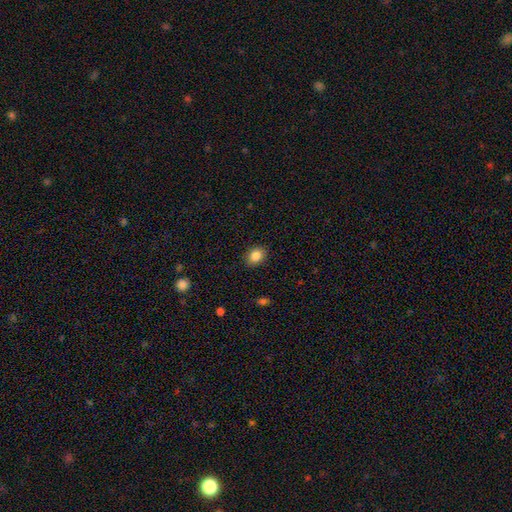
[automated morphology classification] Smooth or featured?
  - smooth: 85% *
  - star or artifact: 10%
  - featured or disk: 5%
How rounded?
  - in between: 50% *
  - round: 49%
  - cigar-shaped: 1%
Merging?
  - none: 88% *
  - minor disturbance: 8%
  - major disturbance: 2%
  - merger: 1%